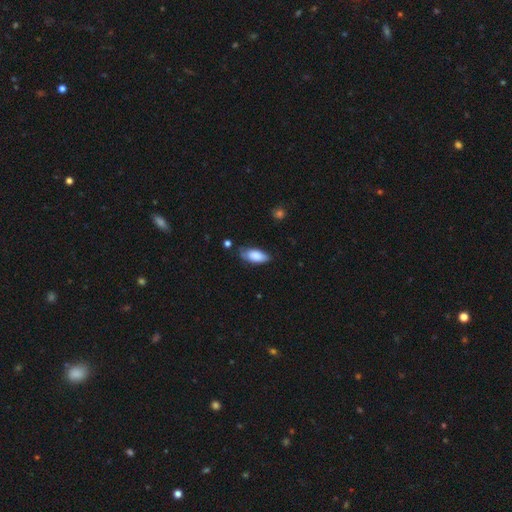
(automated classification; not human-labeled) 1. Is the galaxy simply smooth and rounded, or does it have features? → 82% smooth, 11% featured or disk, 7% star or artifact.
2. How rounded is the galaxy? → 88% in between, 10% cigar-shaped, 2% round.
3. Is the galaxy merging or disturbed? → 63% none, 28% minor disturbance, 6% major disturbance, 3% merger.